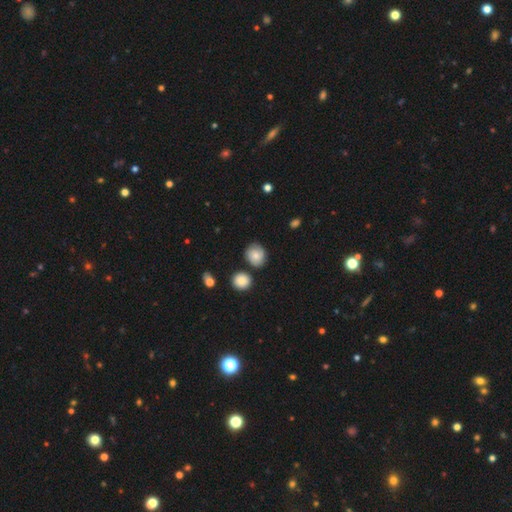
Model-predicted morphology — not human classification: Q: Smooth or featured?
A: smooth (65%); runner-up: featured or disk (27%)
Q: How rounded?
A: round (77%); runner-up: in between (22%)
Q: Merging?
A: none (72%); runner-up: minor disturbance (18%)